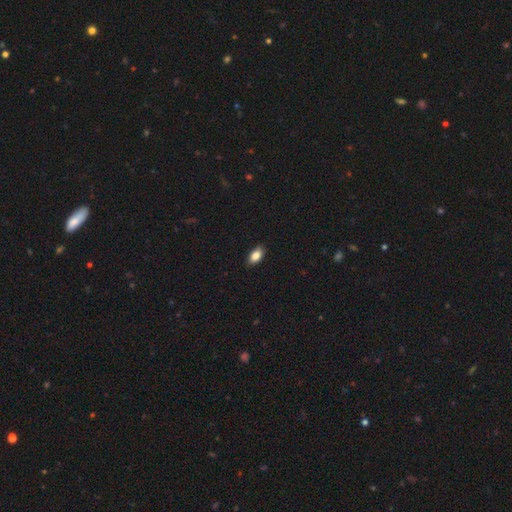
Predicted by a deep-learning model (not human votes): Smooth or featured: smooth — 86% (star or artifact — 8%)
How rounded: in between — 91% (round — 6%)
Merging: none — 87% (minor disturbance — 10%)